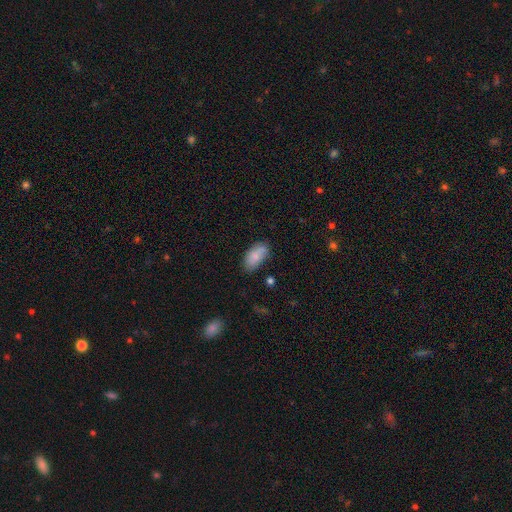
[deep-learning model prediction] This is clearly a smooth galaxy (80%). How rounded: clearly in between (93%). Merging: likely none (68%).